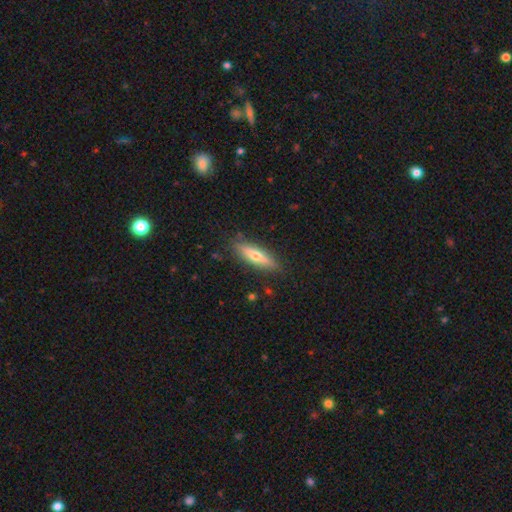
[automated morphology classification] Overall: featured or disk (49%; smooth 45%). Merging: none (86%).